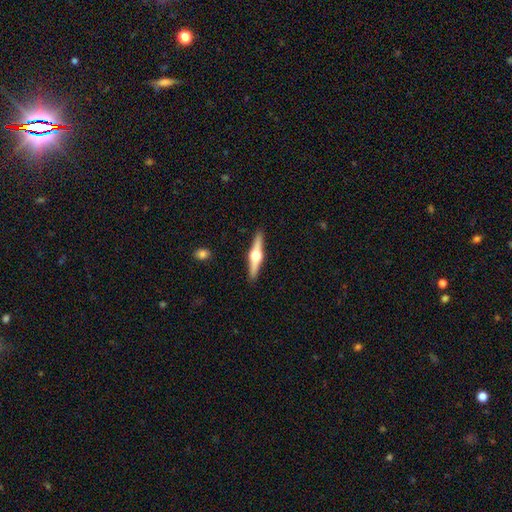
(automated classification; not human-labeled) Overall: featured or disk (75%). Edge-on disk: yes (98%). Edge-on bulge: rounded (96%). Merging: none (91%).